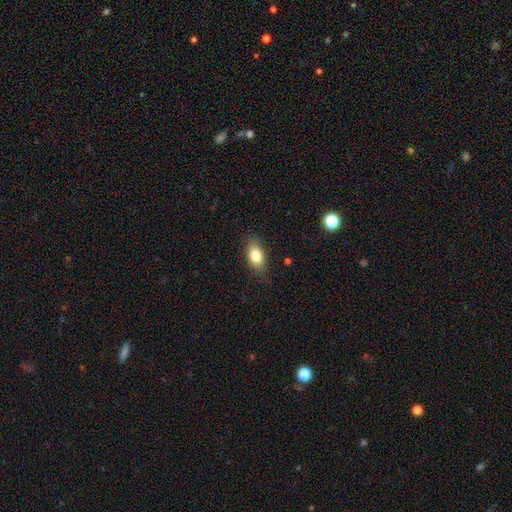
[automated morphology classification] Smooth or featured? Predicted: smooth (p=0.82). How rounded? Predicted: in between (p=0.87). Merging? Predicted: none (p=0.82).